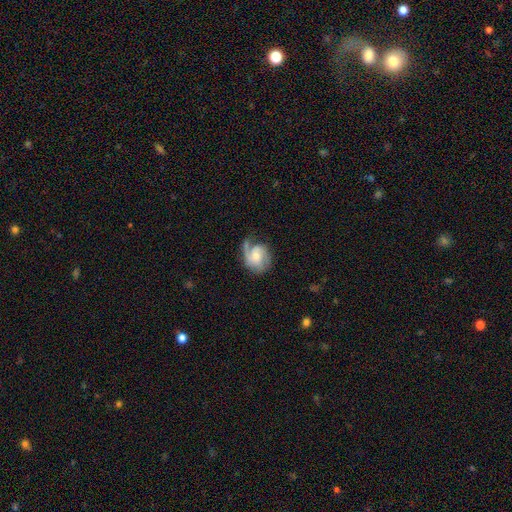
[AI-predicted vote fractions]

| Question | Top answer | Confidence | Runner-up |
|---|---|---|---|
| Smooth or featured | featured or disk | 69% | smooth (25%) |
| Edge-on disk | no | 97% | yes (3%) |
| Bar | no | 63% | weak (32%) |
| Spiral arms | yes | 92% | no (8%) |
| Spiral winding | medium | 42% | tight (34%) |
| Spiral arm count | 2 | 41% | 1 (36%) |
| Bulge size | moderate | 46% | small (43%) |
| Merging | none | 51% | minor disturbance (26%) |